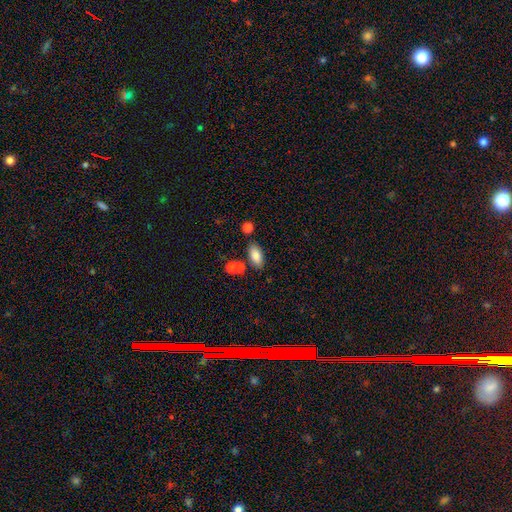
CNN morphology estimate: A smooth galaxy with no disk features (82%) that is in between round and cigar-shaped (89%).

Vote fractions:
- Smooth or featured? smooth: 82% / featured or disk: 10% / star or artifact: 8%
- How rounded? in between: 89% / cigar-shaped: 6% / round: 4%
- Merging? none: 74% / minor disturbance: 12% / merger: 11% / major disturbance: 3%